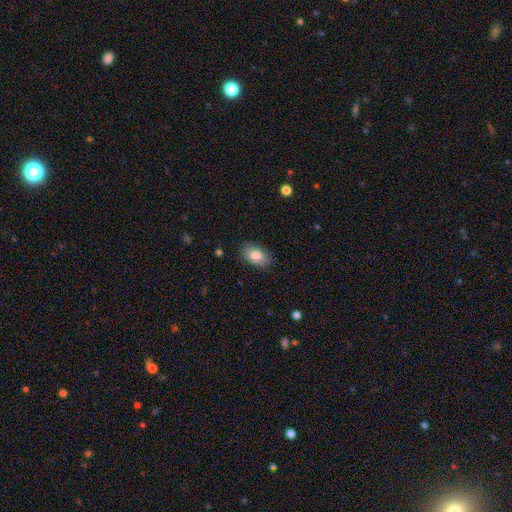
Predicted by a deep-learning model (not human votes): This is clearly a smooth galaxy (83%). How rounded: clearly in between (90%). Merging: clearly none (84%).